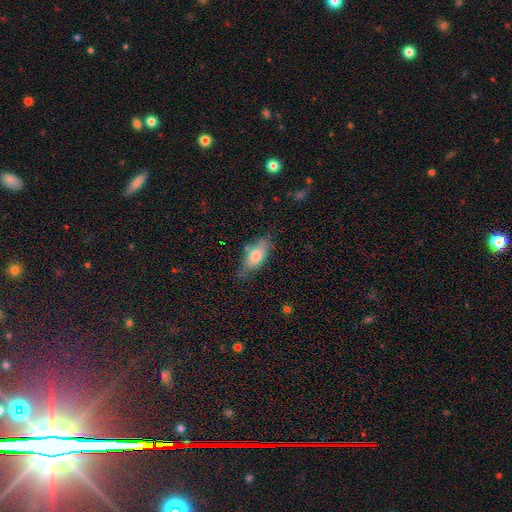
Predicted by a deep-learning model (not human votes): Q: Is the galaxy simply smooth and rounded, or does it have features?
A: smooth — 76%.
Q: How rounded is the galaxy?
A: in between — 83%.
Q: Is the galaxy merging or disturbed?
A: none — 64%.